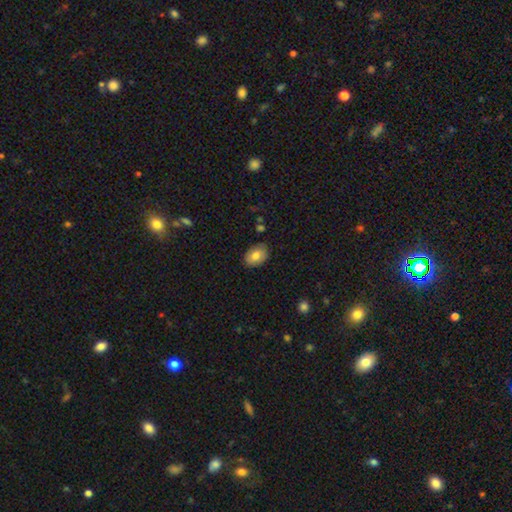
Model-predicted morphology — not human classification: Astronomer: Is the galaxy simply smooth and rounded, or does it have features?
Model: smooth — 79%.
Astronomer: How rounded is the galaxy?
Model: in between — 81%.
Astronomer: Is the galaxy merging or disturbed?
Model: none — 83%.